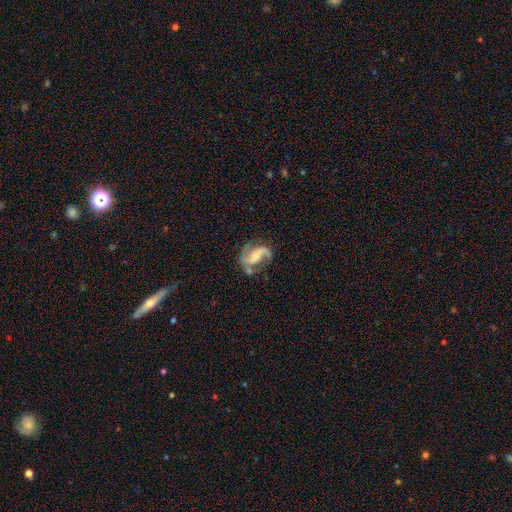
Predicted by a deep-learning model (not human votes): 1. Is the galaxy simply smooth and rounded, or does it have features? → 88% featured or disk, 7% smooth, 5% star or artifact.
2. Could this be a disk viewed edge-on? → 98% no, 2% yes.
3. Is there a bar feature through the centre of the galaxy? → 42% weak, 33% no, 25% strong.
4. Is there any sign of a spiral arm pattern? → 97% yes, 3% no.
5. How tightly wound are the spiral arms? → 45% medium (tied), 45% loose (tied), 10% tight.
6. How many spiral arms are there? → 89% 2, 6% 1, 2% can't tell, 1% 3, 1% 4, 1% more than 4.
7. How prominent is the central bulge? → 43% small, 32% moderate, 17% none, 5% large, 1% dominant.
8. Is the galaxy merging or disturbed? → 62% none, 20% minor disturbance, 12% major disturbance, 6% merger.